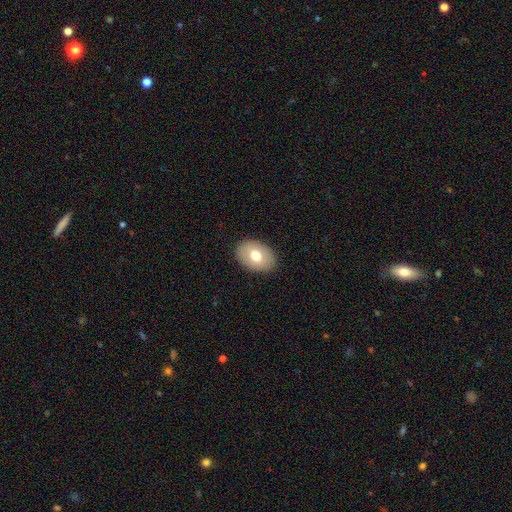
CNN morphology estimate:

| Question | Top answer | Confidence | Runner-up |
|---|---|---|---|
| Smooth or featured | smooth | 71% | featured or disk (22%) |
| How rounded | in between | 81% | round (18%) |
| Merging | none | 88% | minor disturbance (8%) |